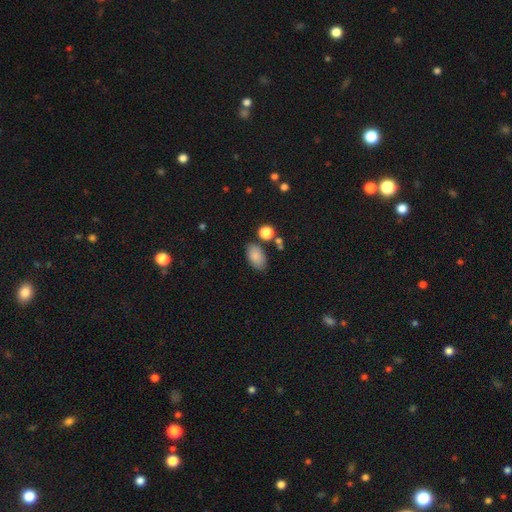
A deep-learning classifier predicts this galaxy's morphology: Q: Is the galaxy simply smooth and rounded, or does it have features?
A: smooth — 85%.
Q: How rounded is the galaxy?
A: in between — 92%.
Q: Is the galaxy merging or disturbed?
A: none — 76%.